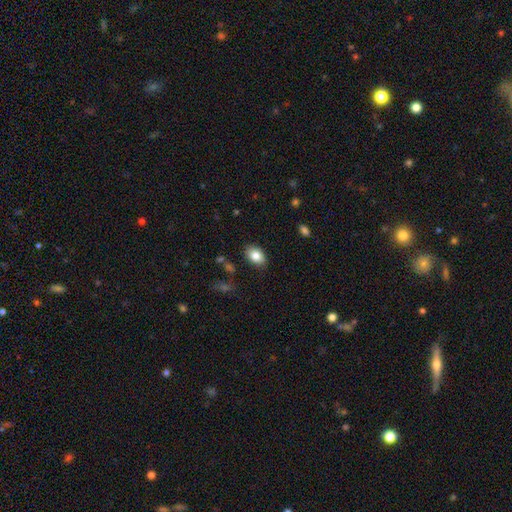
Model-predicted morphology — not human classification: Smooth or featured? smooth (83%)
How rounded? in between (85%)
Merging? none (86%)